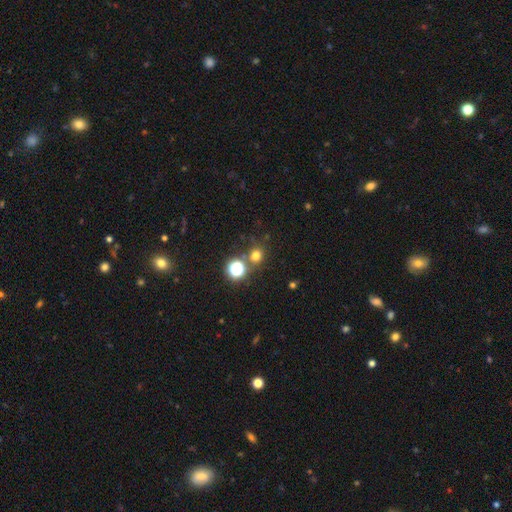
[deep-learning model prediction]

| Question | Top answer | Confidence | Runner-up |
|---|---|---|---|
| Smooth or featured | smooth | 68% | star or artifact (25%) |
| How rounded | round | 86% | in between (13%) |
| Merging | none | 75% | merger (13%) |